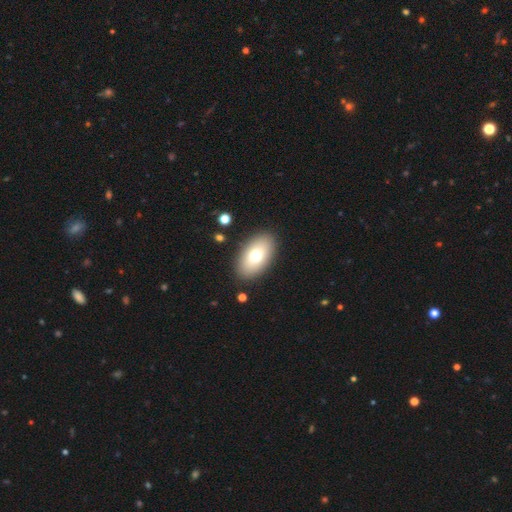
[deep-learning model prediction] smooth_or_featured: smooth (p=0.72) [alt: featured or disk p=0.20]
how_rounded: in between (p=0.93) [alt: round p=0.05]
merging: none (p=0.88) [alt: minor disturbance p=0.08]